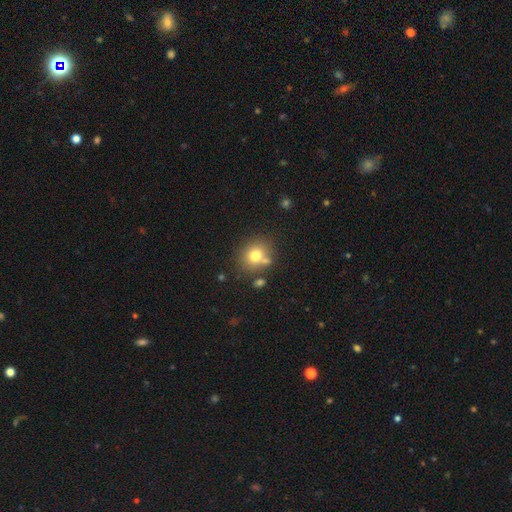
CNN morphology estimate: The model was most divided on "how rounded": round: 75%, in between: 24%, cigar-shaped: 1%. More confident: smooth or featured — smooth (74%); merging — none (68%).